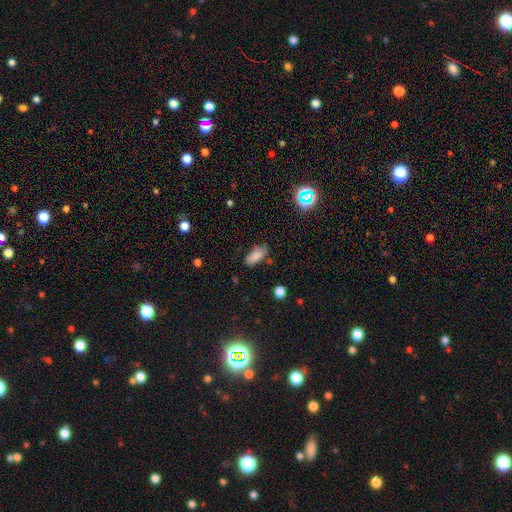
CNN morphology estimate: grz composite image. It shows a smooth galaxy with no disk features (83%) that is in between round and cigar-shaped (84%). Merging: none (75%).